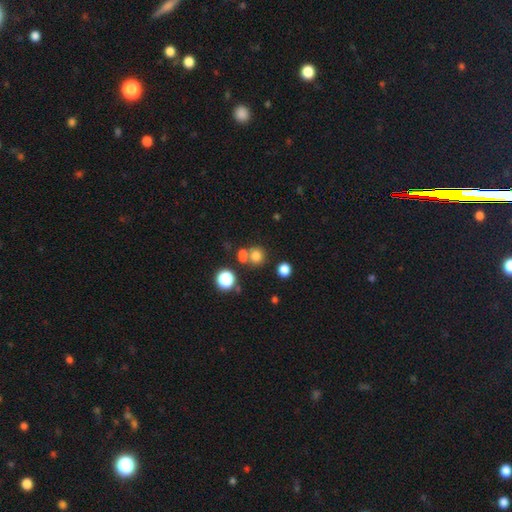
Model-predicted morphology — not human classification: smooth 75%, star or artifact 17%, featured or disk 8%. Down the decision tree: how rounded — round (87%); merging — none (62%).